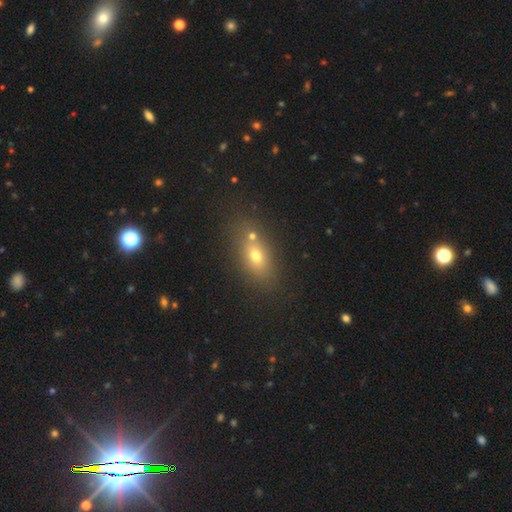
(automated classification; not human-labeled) This is likely a smooth galaxy (63%). How rounded: likely in between (69%). Merging: likely none (62%).